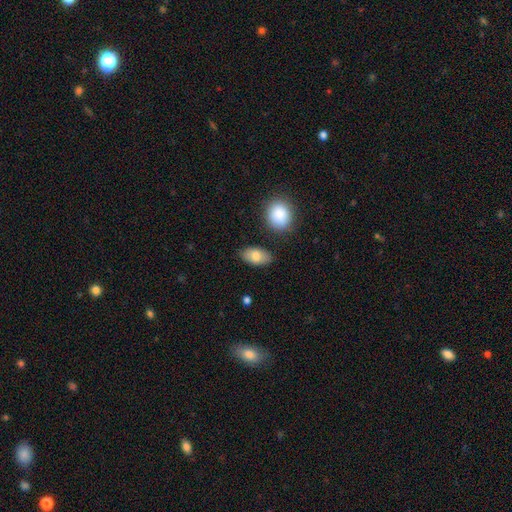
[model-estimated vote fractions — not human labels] A smooth galaxy with no disk features (79%) that is in between round and cigar-shaped (91%).

Vote fractions:
- Smooth or featured? smooth: 79% / featured or disk: 14% / star or artifact: 7%
- How rounded? in between: 91% / round: 6% / cigar-shaped: 3%
- Merging? none: 81% / minor disturbance: 12% / merger: 4% / major disturbance: 3%